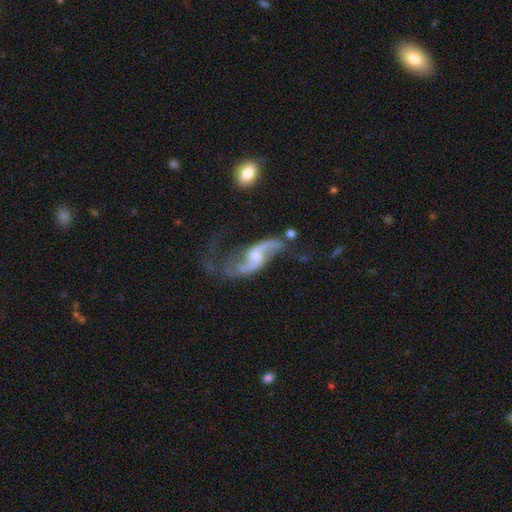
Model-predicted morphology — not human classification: Smooth or featured? Predicted: featured or disk (p=0.89). Edge-on disk? Predicted: no (p=0.95). Bar? Predicted: weak (p=0.44). Spiral arms? Predicted: yes (p=0.95). Spiral winding? Predicted: loose (p=0.85). Spiral arm count? Predicted: 2 (p=0.92). Bulge size? Predicted: small (p=0.44). Merging? Predicted: none (p=0.46).